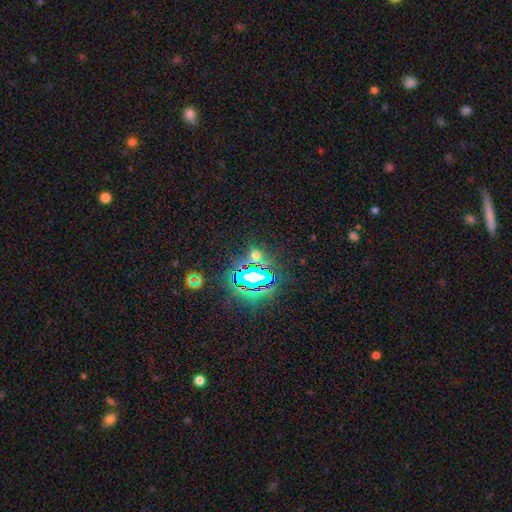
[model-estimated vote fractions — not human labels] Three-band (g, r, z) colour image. It shows a star or artifact, not a galaxy (62%).